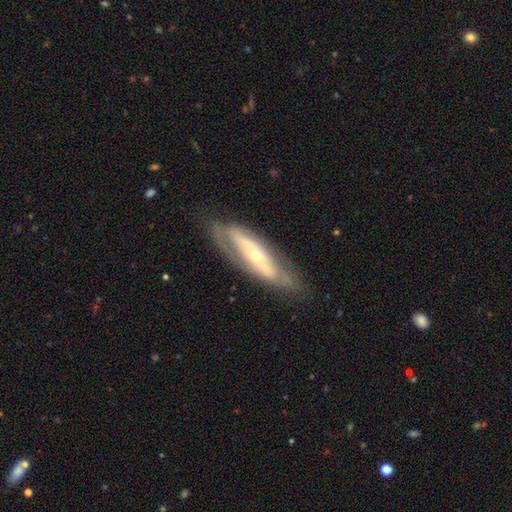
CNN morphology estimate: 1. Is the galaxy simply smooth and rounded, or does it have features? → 70% featured or disk, 24% smooth, 6% star or artifact.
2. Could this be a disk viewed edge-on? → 72% no, 28% yes.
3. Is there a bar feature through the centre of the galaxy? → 60% no, 21% strong, 19% weak.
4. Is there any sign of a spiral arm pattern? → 52% yes, 48% no.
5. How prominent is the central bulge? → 55% small, 41% moderate, 3% large, 1% dominant, 1% none.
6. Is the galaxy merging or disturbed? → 72% none, 18% minor disturbance, 8% major disturbance, 2% merger.